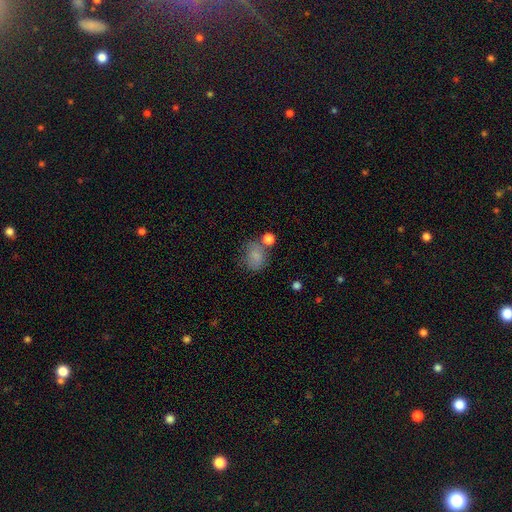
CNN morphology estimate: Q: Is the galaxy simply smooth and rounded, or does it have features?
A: smooth — 79%.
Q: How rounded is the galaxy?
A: round — 57%.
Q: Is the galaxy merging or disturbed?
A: none — 52%.